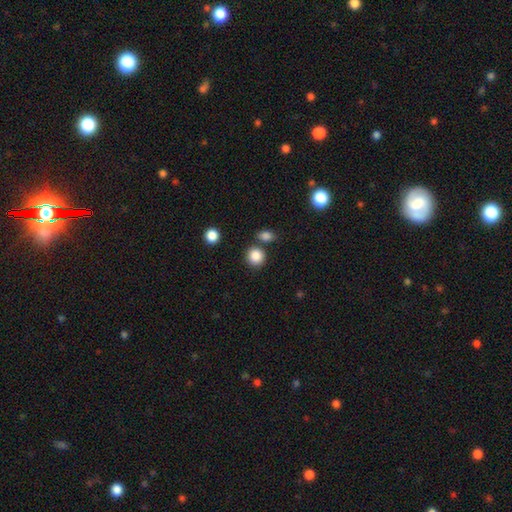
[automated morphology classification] Smooth or featured? smooth (87%)
How rounded? round (88%)
Merging? none (77%)